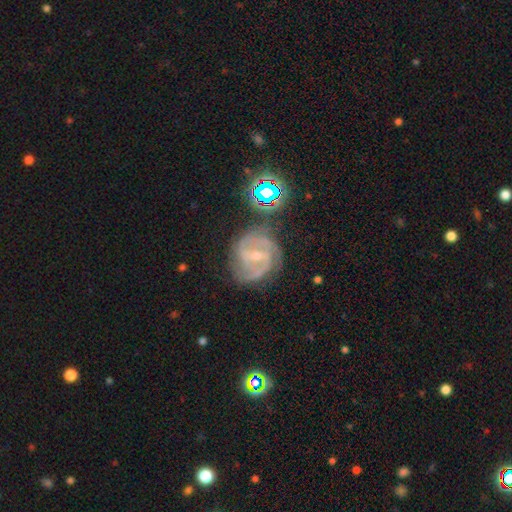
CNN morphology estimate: smooth_or_featured: featured or disk (p=0.85) [alt: star or artifact p=0.08]
disk_edge_on: no (p=0.98) [alt: yes p=0.02]
bar: weak (p=0.51) [alt: strong p=0.31]
has_spiral_arms: yes (p=0.97) [alt: no p=0.03]
spiral_winding: medium (p=0.48) [alt: tight p=0.41]
spiral_arm_count: 2 (p=0.56) [alt: 3 p=0.21]
bulge_size: small (p=0.63) [alt: moderate p=0.32]
merging: none (p=0.69) [alt: minor disturbance p=0.19]